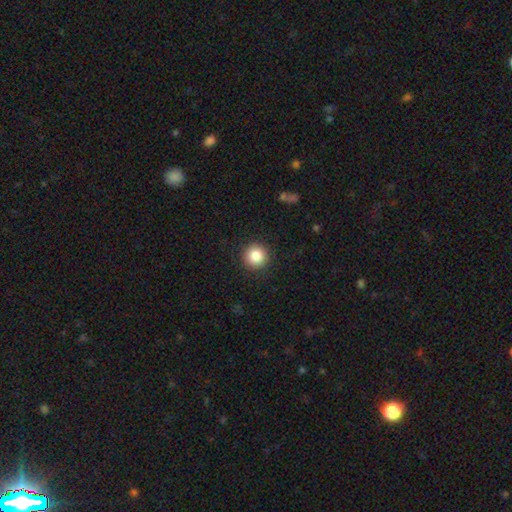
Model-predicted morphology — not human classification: Smooth or featured: smooth — 86% (star or artifact — 9%)
How rounded: round — 95% (in between — 4%)
Merging: none — 91% (minor disturbance — 6%)